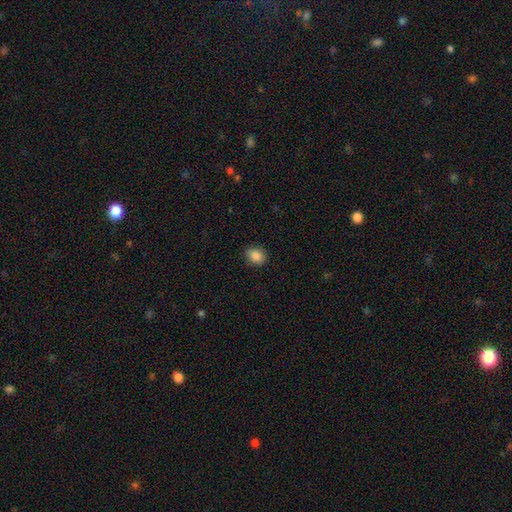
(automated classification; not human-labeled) This appears to be a smooth galaxy with no disk features (87%) that is round (52%). Merging: none (88%).